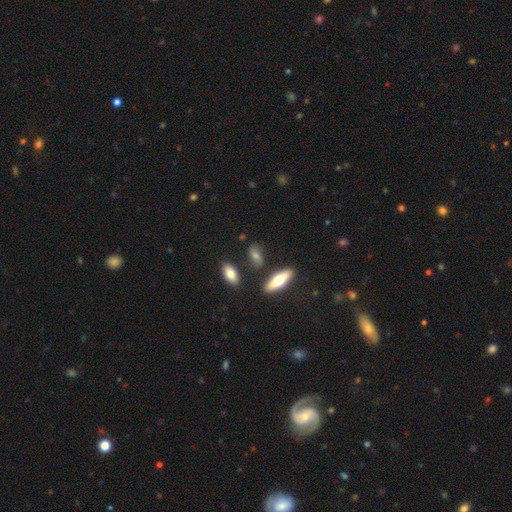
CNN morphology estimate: Q: Smooth or featured?
A: smooth (61%); runner-up: featured or disk (29%)
Q: How rounded?
A: in between (66%); runner-up: cigar-shaped (26%)
Q: Merging?
A: none (74%); runner-up: minor disturbance (15%)